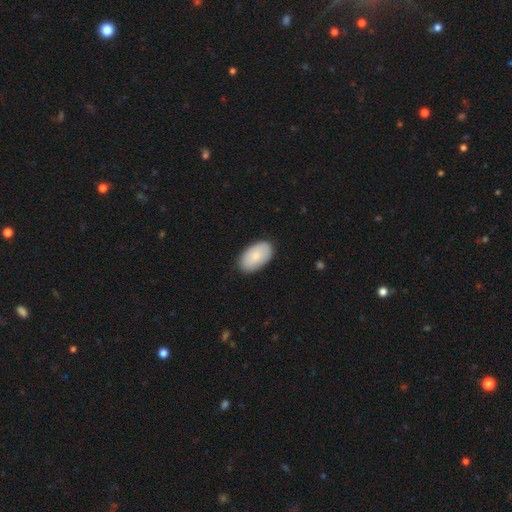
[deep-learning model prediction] Smooth or featured?
  - smooth: 81% *
  - featured or disk: 13%
  - star or artifact: 6%
How rounded?
  - in between: 95% *
  - round: 4%
  - cigar-shaped: 1%
Merging?
  - none: 87% *
  - minor disturbance: 10%
  - major disturbance: 2%
  - merger: 1%